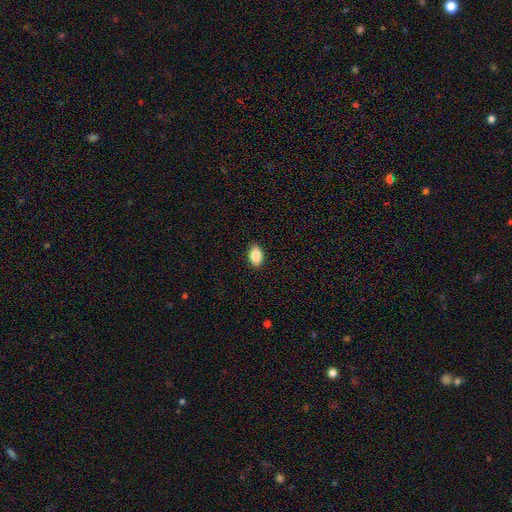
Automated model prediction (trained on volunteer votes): The model was most divided on "merging": none: 88%, minor disturbance: 9%, major disturbance: 2%, merger: 1%. More confident: how rounded — in between (90%); smooth or featured — smooth (87%).